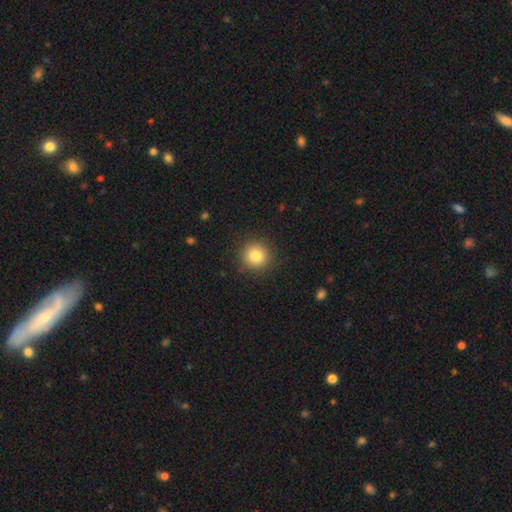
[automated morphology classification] This appears to be a smooth galaxy with no disk features (82%) that is round (93%). Merging: none (89%).